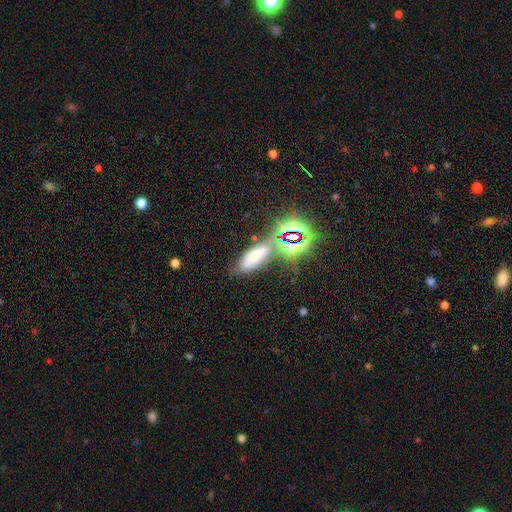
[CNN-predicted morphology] This appears to be a smooth galaxy with no disk features (44%). Merging: none (53%).